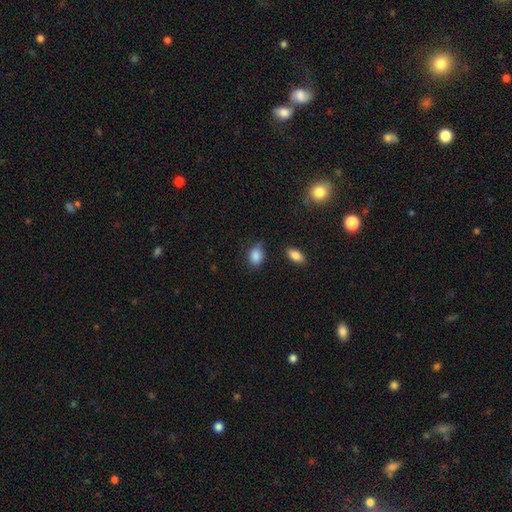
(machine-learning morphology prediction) The model was most divided on "how rounded": in between: 64%, round: 35%, cigar-shaped: 1%. More confident: smooth or featured — smooth (87%); merging — none (64%).